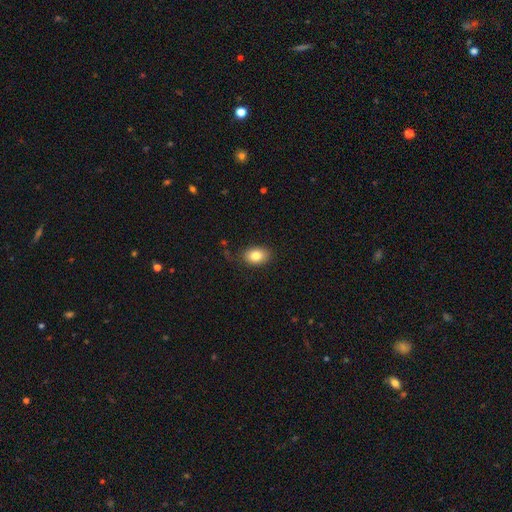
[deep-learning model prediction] Smooth or featured: smooth — 82% (featured or disk — 9%)
How rounded: in between — 79% (round — 20%)
Merging: none — 80% (minor disturbance — 15%)